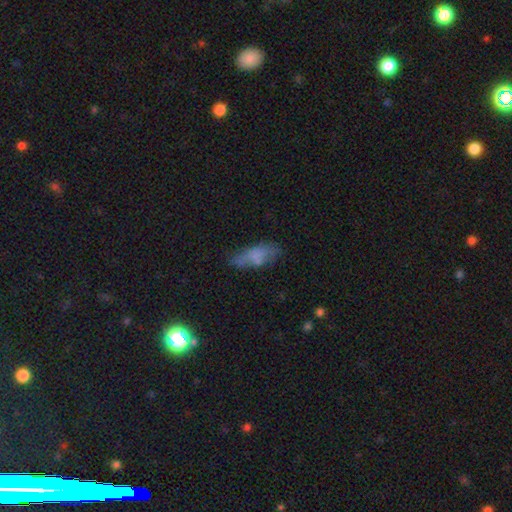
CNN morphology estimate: smooth-or-featured: smooth: 63% | featured or disk: 27% | star or artifact: 11%
  how-rounded: in between: 65% | cigar-shaped: 32% | round: 3%
  merging: none: 57% | minor disturbance: 26% | major disturbance: 12% | merger: 5%